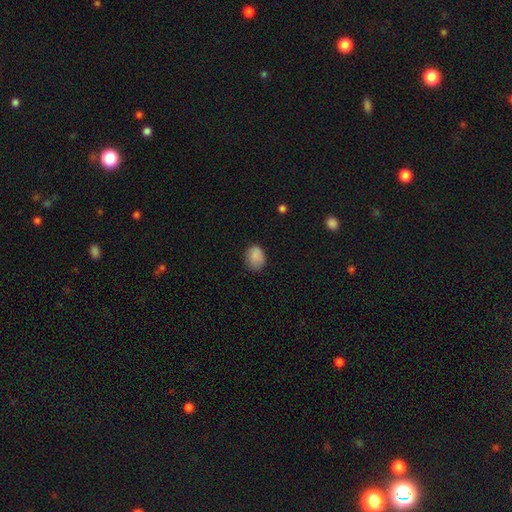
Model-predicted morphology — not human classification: Overall: smooth (86%). How rounded: in between (61%; round 38%). Merging: none (71%).